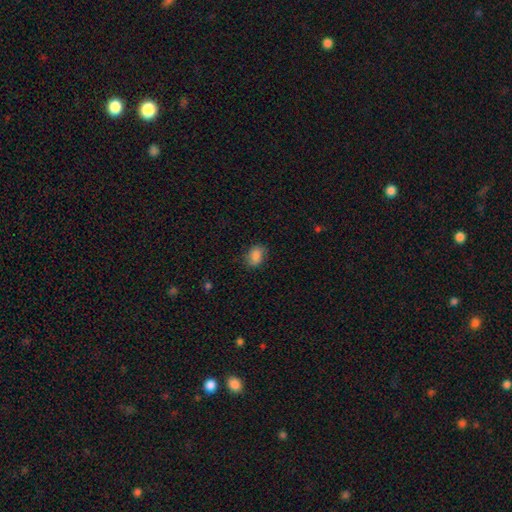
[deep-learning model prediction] smooth_or_featured: smooth (p=0.85) [alt: star or artifact p=0.08]
how_rounded: in between (p=0.72) [alt: round p=0.26]
merging: none (p=0.77) [alt: minor disturbance p=0.18]